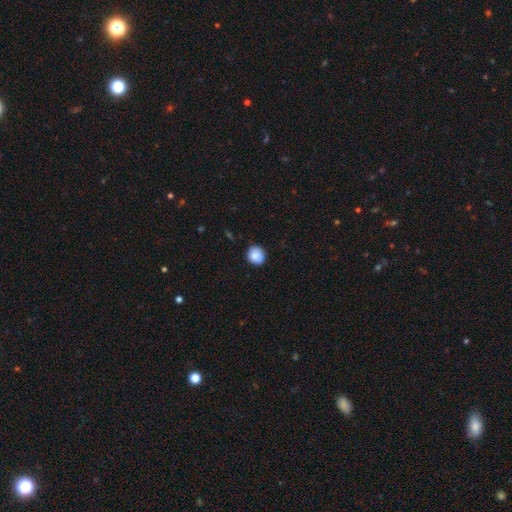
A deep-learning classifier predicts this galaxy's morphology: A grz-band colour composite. It shows a smooth galaxy with no disk features (88%) that is round (82%). Merging: none (88%).